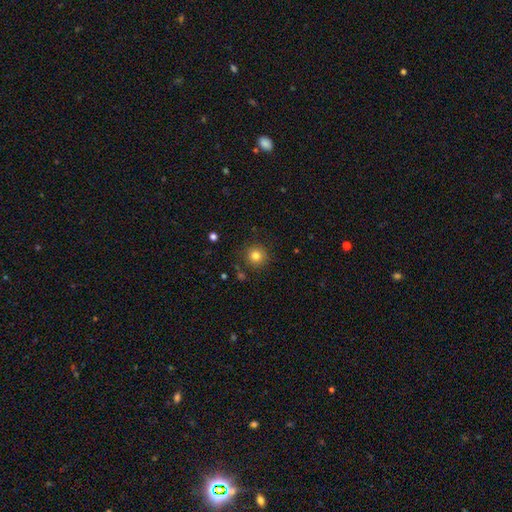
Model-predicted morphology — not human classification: This is clearly a smooth galaxy (82%). How rounded: clearly round (94%). Merging: clearly none (88%).